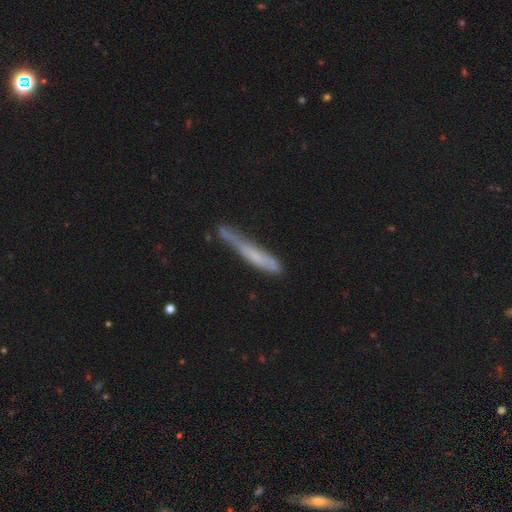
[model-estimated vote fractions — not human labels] Overall: smooth (51%; featured or disk 40%). How rounded: cigar-shaped (94%). Merging: none (53%; minor disturbance 30%).